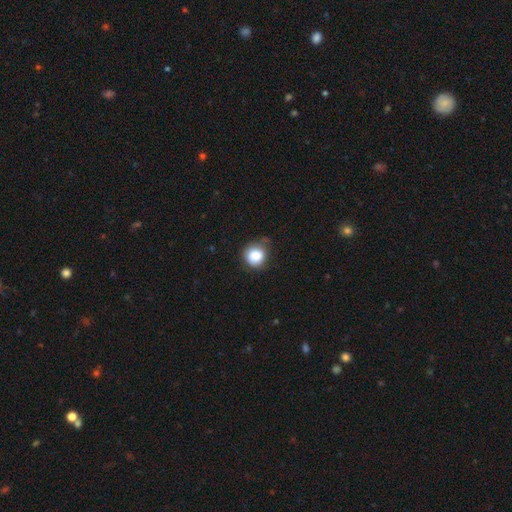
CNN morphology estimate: This appears to be a smooth galaxy with no disk features (84%) that is round (88%). Merging: none (65%).